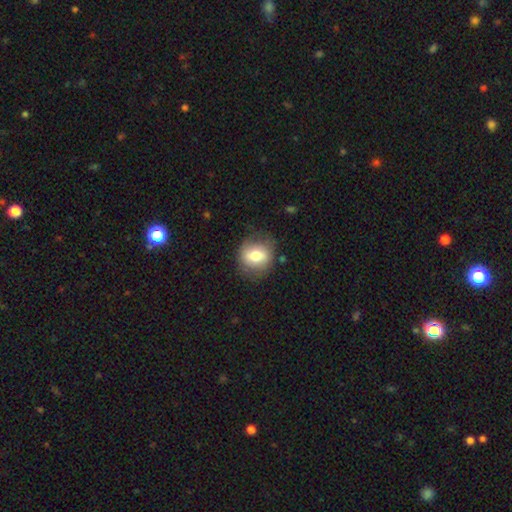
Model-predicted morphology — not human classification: The model was most divided on "how rounded": round: 72%, in between: 27%, cigar-shaped: 1%. More confident: merging — none (77%); smooth or featured — smooth (70%).